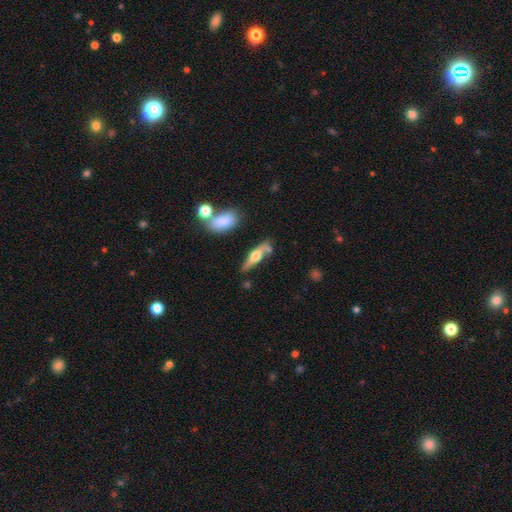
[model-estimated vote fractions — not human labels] The model was most divided on "smooth or featured": featured or disk: 58%, smooth: 36%, star or artifact: 6%. More confident: edge-on disk — yes (85%); merging — none (62%).